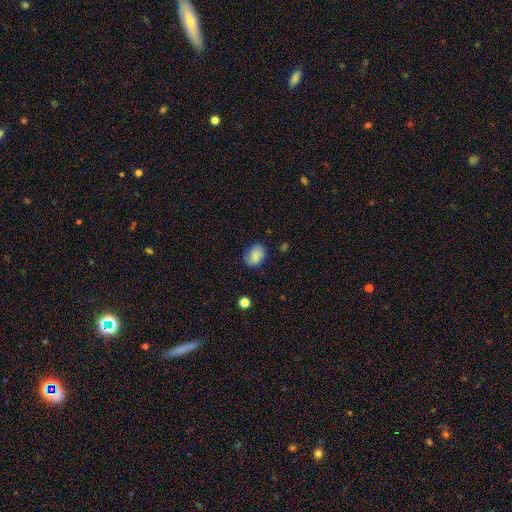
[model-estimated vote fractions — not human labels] A smooth galaxy with no disk features (74%) that is in between round and cigar-shaped (63%). Merging: none (74%).